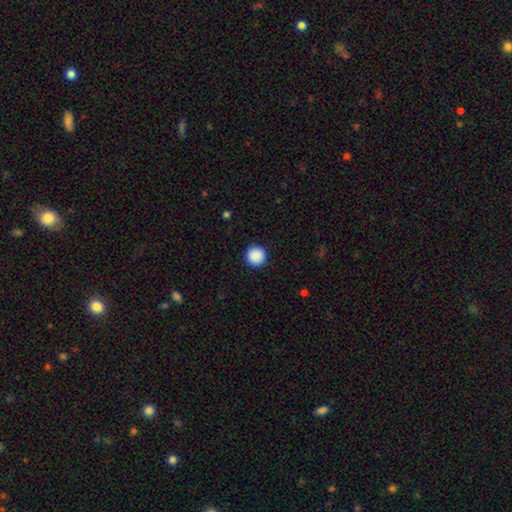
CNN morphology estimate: This appears to be a smooth galaxy with no disk features (90%) that is round (96%). Merging: none (93%).